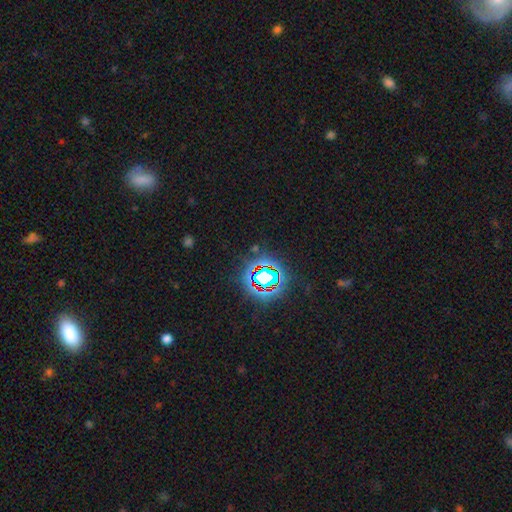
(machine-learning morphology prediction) Smooth or featured?
  - star or artifact: 79% *
  - smooth: 12%
  - featured or disk: 9%